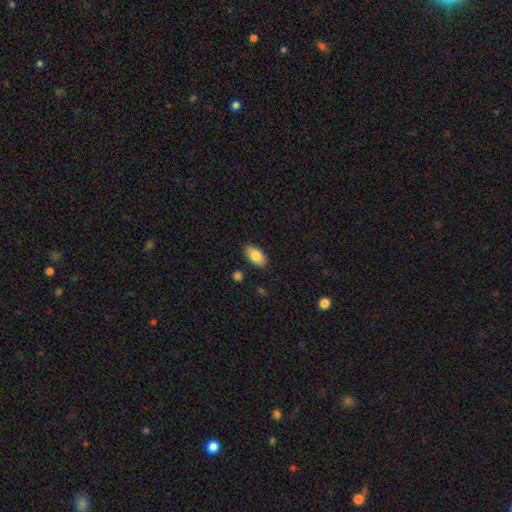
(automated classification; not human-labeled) smooth_or_featured: smooth (p=0.83) [alt: featured or disk p=0.10]
how_rounded: in between (p=0.93) [alt: round p=0.04]
merging: none (p=0.87) [alt: minor disturbance p=0.09]